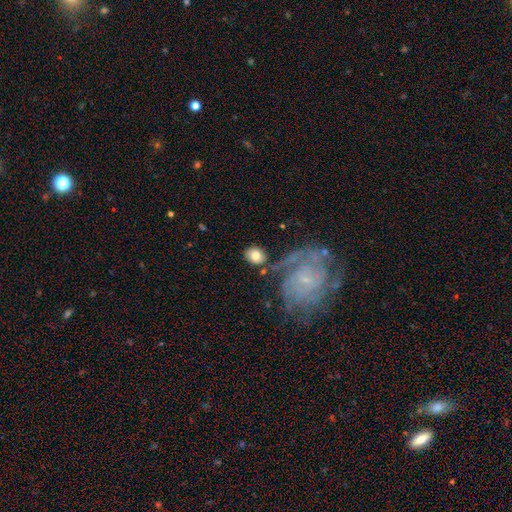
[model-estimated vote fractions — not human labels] A smooth galaxy with no disk features (70%) that is round (59%).

Vote fractions:
- Smooth or featured? smooth: 70% / featured or disk: 23% / star or artifact: 6%
- How rounded? round: 59% / in between: 40% / cigar-shaped: 2%
- Merging? none: 64% / minor disturbance: 15% / merger: 14% / major disturbance: 7%